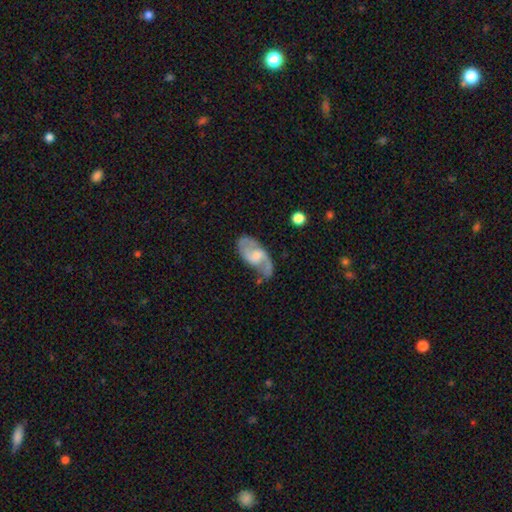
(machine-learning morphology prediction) Q: Smooth or featured?
A: featured or disk (76%); runner-up: smooth (19%)
Q: Edge-on disk?
A: no (95%); runner-up: yes (5%)
Q: Bar?
A: weak (46%); runner-up: no (45%)
Q: Spiral arms?
A: yes (91%); runner-up: no (9%)
Q: Spiral winding?
A: medium (47%); runner-up: loose (39%)
Q: Spiral arm count?
A: 2 (81%); runner-up: 1 (9%)
Q: Bulge size?
A: moderate (41%); runner-up: small (39%)
Q: Merging?
A: none (58%); runner-up: minor disturbance (25%)